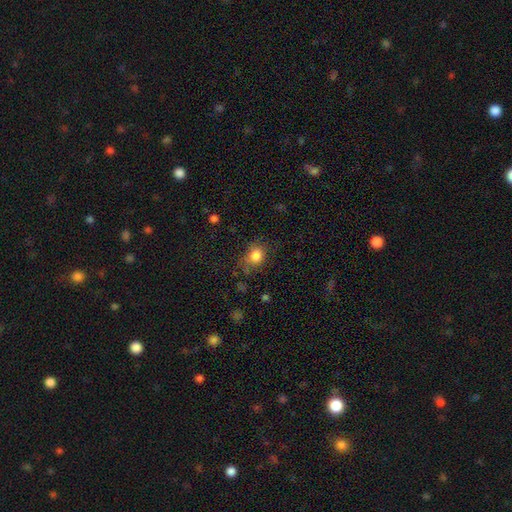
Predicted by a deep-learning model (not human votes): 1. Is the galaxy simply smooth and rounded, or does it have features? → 83% smooth, 10% star or artifact, 7% featured or disk.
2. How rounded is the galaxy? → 62% round, 37% in between, 1% cigar-shaped.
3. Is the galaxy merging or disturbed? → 66% none, 23% minor disturbance, 9% major disturbance, 2% merger.